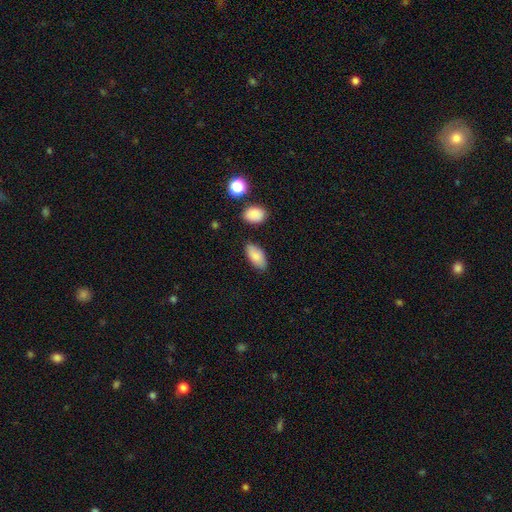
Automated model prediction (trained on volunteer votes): Smooth or featured? Predicted: smooth (p=0.85). How rounded? Predicted: in between (p=0.92). Merging? Predicted: none (p=0.81).